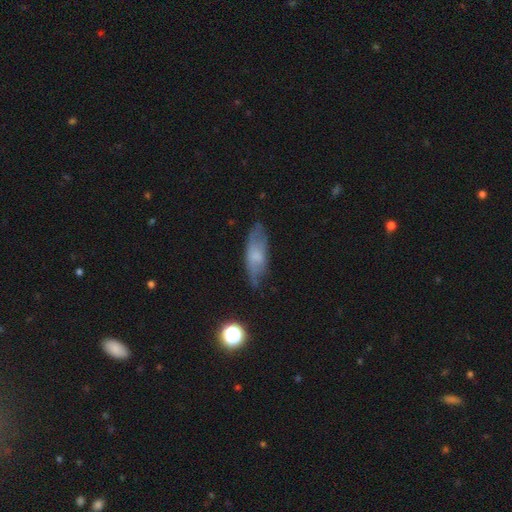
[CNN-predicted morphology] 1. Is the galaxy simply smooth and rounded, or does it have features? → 59% smooth, 32% featured or disk, 9% star or artifact.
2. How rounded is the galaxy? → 72% in between, 25% cigar-shaped, 3% round.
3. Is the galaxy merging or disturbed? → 63% none, 27% minor disturbance, 8% major disturbance, 2% merger.